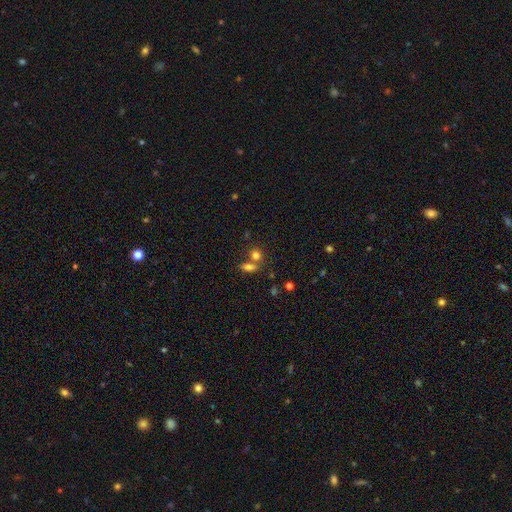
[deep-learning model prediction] smooth-or-featured: smooth: 77% | star or artifact: 13% | featured or disk: 10%
  how-rounded: round: 58% | in between: 38% | cigar-shaped: 4%
  merging: none: 49% | merger: 38% | minor disturbance: 9% | major disturbance: 4%